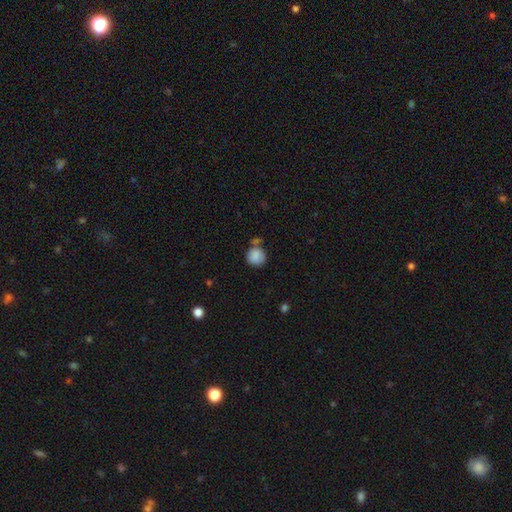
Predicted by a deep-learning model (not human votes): Q: Smooth or featured?
A: smooth (86%); runner-up: star or artifact (8%)
Q: How rounded?
A: round (88%); runner-up: in between (11%)
Q: Merging?
A: none (61%); runner-up: merger (18%)